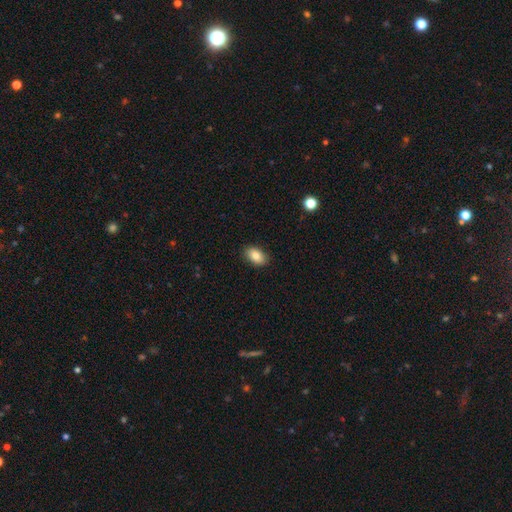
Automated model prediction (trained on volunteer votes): A smooth galaxy with no disk features (84%) that is in between round and cigar-shaped (90%). Merging: none (88%).